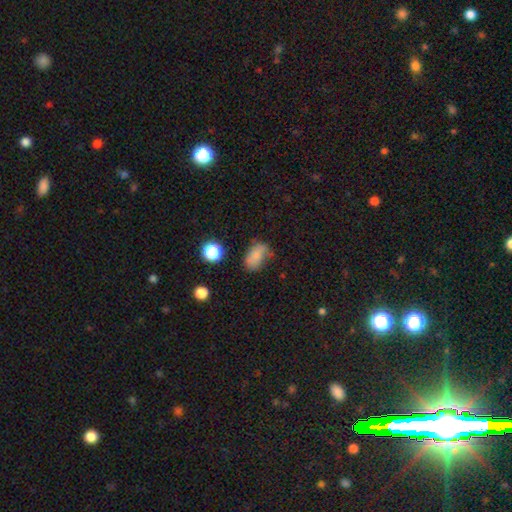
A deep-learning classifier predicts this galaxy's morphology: Smooth or featured: smooth — 71% (featured or disk — 16%)
How rounded: in between — 85% (round — 13%)
Merging: none — 48% (minor disturbance — 33%)